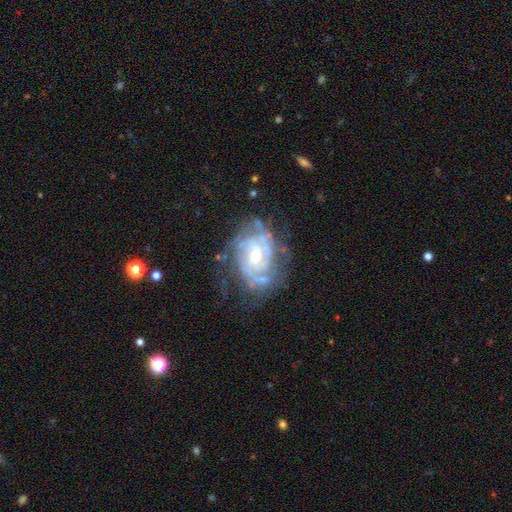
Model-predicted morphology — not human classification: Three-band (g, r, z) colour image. It shows a featured or disk galaxy (89%) with no bar (54%), can't tell (29%, tied with 2) tight (68%) spiral arms (96%) and a moderate central bulge (56%). Merging: none (65%).